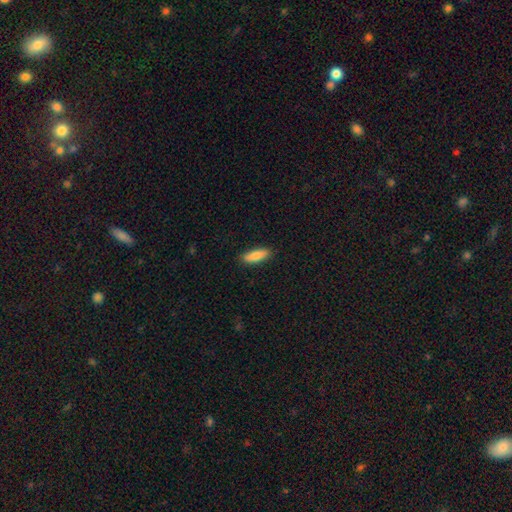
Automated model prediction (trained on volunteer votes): This is clearly a smooth galaxy (83%). How rounded: possibly cigar-shaped (51%). Merging: clearly none (88%).